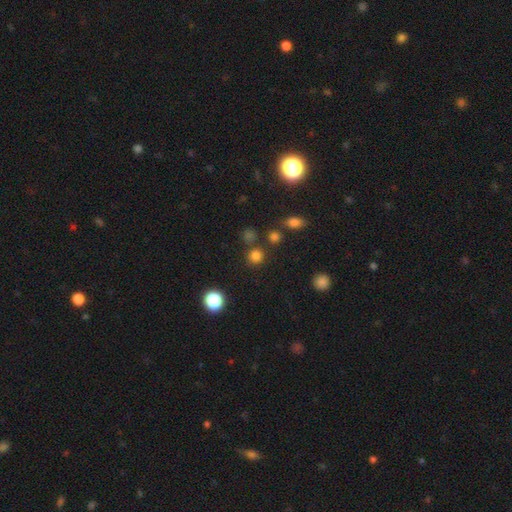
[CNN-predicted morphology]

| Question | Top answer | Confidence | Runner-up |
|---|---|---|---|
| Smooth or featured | smooth | 77% | star or artifact (18%) |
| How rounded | round | 91% | in between (8%) |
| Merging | none | 79% | merger (9%) |